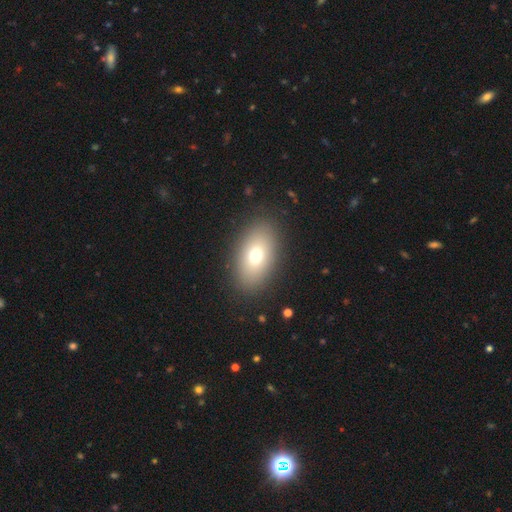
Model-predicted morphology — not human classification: smooth 72%, featured or disk 18%, star or artifact 10%. Down the decision tree: how rounded — in between (89%); merging — none (88%).